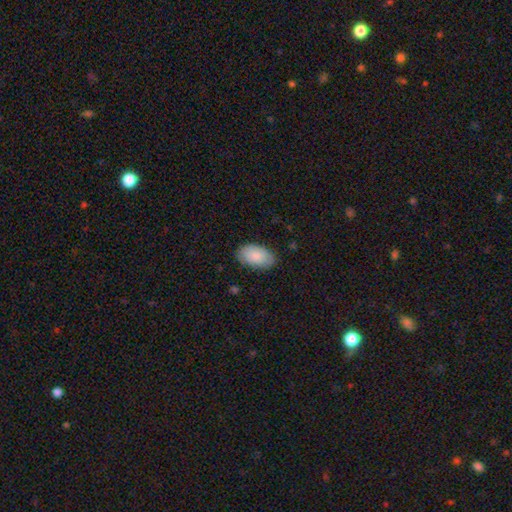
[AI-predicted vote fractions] smooth-or-featured: smooth: 86% | featured or disk: 8% | star or artifact: 6%
  how-rounded: in between: 95% | round: 3% | cigar-shaped: 1%
  merging: none: 84% | minor disturbance: 12% | major disturbance: 3% | merger: 1%